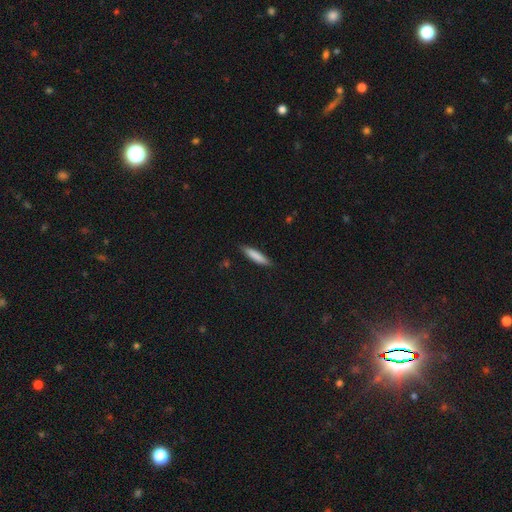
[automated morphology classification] This appears to be a smooth galaxy with no disk features (82%) that is cigar-shaped (84%). Merging: none (86%).